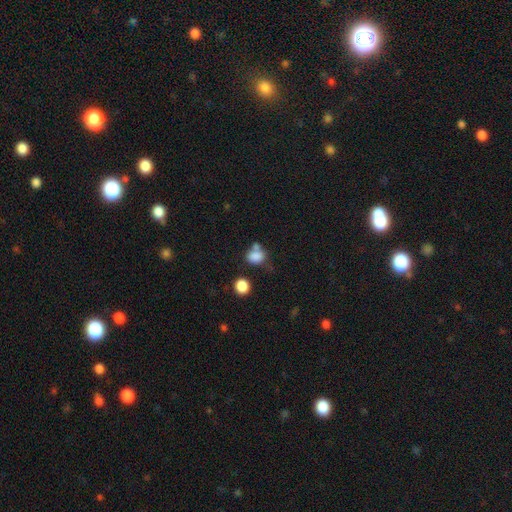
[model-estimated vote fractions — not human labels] This is clearly a smooth galaxy (81%). How rounded: possibly in between (49%, tied with round). Merging: marginally none (41%).